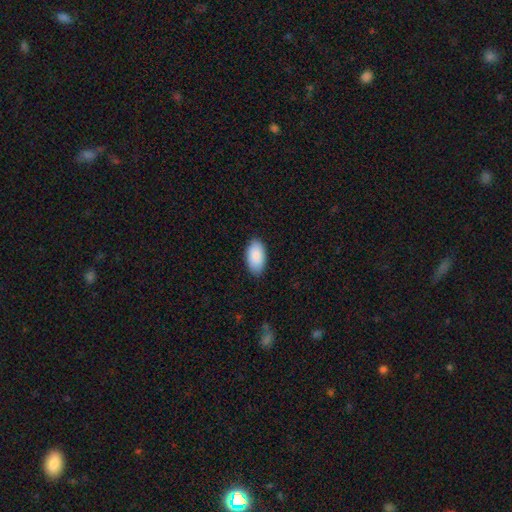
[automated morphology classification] The model was most divided on "merging": none: 86%, minor disturbance: 11%, major disturbance: 2%, merger: 1%. More confident: how rounded — in between (96%); smooth or featured — smooth (89%).